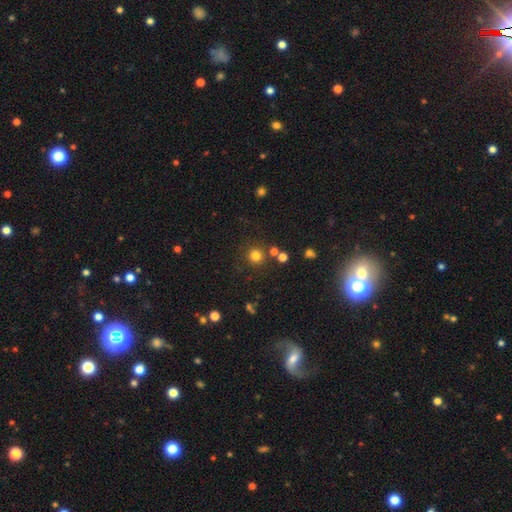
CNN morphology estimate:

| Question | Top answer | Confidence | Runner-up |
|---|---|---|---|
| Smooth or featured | smooth | 78% | star or artifact (16%) |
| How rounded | round | 94% | in between (5%) |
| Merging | none | 83% | minor disturbance (7%) |